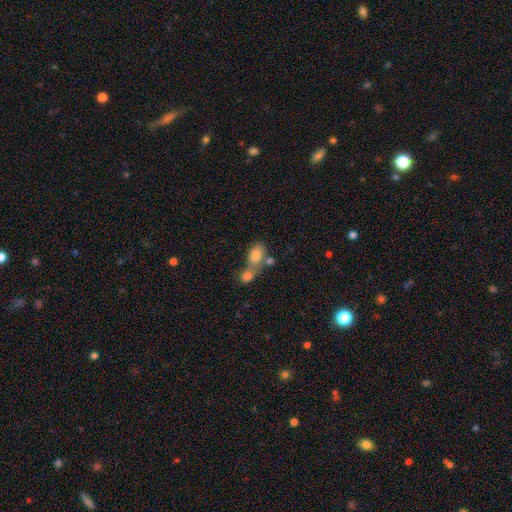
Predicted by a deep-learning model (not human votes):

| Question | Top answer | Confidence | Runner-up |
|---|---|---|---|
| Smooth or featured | smooth | 77% | featured or disk (14%) |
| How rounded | in between | 79% | round (19%) |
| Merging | merger | 61% | none (26%) |